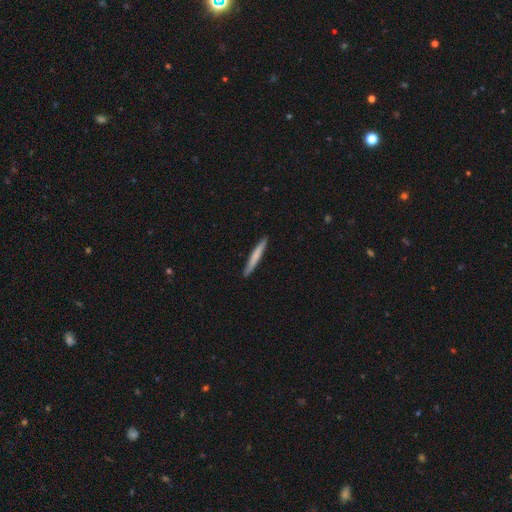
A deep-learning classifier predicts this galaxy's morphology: Q: Smooth or featured?
A: smooth (67%); runner-up: featured or disk (28%)
Q: How rounded?
A: cigar-shaped (97%); runner-up: in between (2%)
Q: Merging?
A: none (91%); runner-up: minor disturbance (6%)